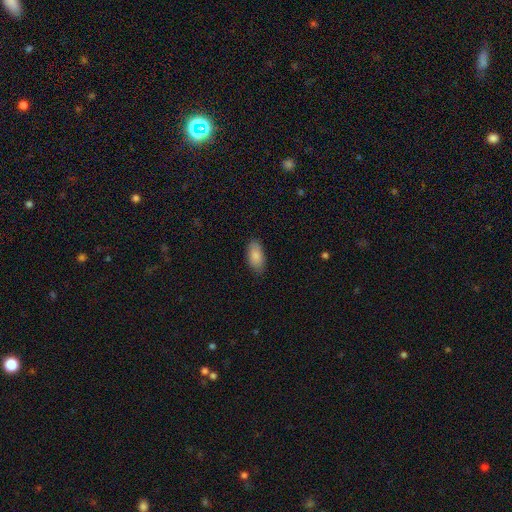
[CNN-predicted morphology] A smooth galaxy with no disk features (88%) that is in between round and cigar-shaped (93%). Merging: none (86%).